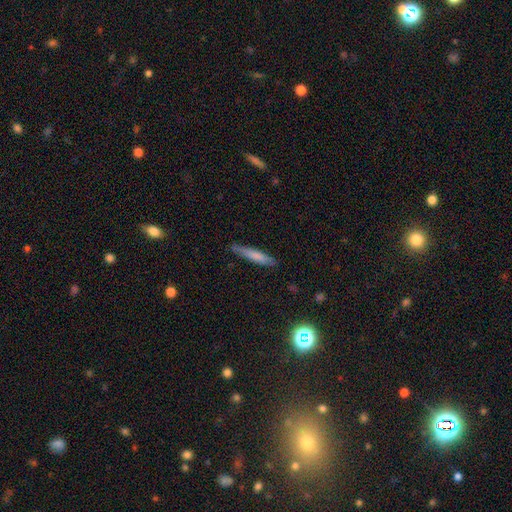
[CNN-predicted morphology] smooth-or-featured: smooth: 71% | featured or disk: 22% | star or artifact: 7%
  how-rounded: cigar-shaped: 90% | in between: 9% | round: 1%
  merging: none: 81% | minor disturbance: 15% | major disturbance: 3% | merger: 1%